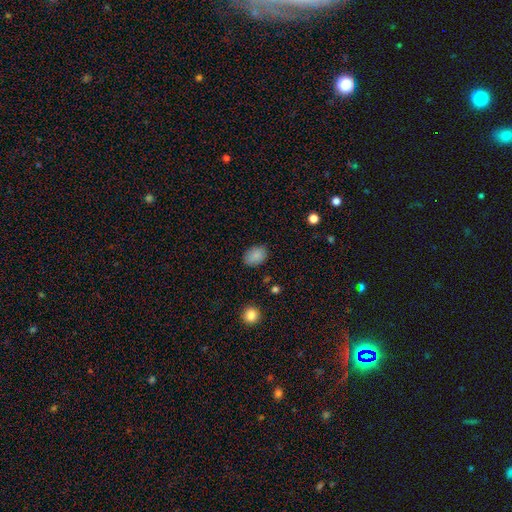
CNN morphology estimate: Smooth or featured? smooth (88%)
How rounded? in between (79%)
Merging? none (85%)